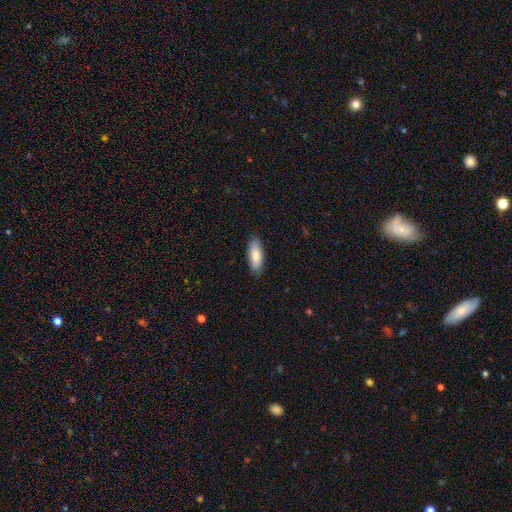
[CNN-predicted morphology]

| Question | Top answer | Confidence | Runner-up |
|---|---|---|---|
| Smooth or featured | smooth | 81% | featured or disk (13%) |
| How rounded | in between | 72% | cigar-shaped (27%) |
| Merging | none | 86% | minor disturbance (11%) |